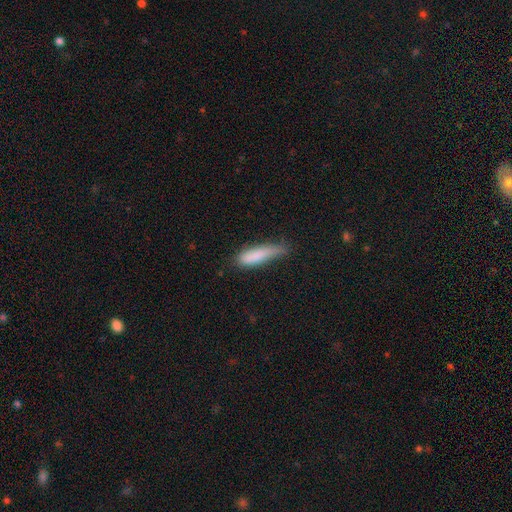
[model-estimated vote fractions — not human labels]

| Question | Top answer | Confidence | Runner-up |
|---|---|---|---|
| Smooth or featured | smooth | 83% | featured or disk (10%) |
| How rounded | cigar-shaped | 66% | in between (33%) |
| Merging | none | 46% | minor disturbance (39%) |